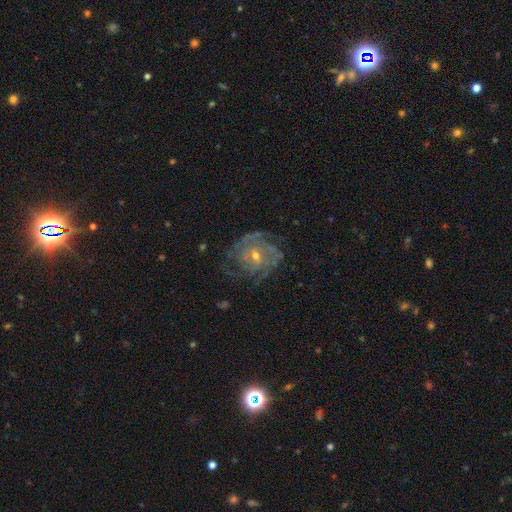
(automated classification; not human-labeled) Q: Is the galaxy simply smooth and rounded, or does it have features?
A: featured or disk — 79%.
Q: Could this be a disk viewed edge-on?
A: no — 97%.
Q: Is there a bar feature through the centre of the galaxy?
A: no — 64%.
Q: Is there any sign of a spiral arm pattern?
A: yes — 86%.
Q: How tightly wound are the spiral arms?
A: tight — 57%.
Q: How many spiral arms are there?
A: can't tell — 43%.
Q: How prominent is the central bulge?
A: small — 59%.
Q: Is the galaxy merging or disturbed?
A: none — 65%.